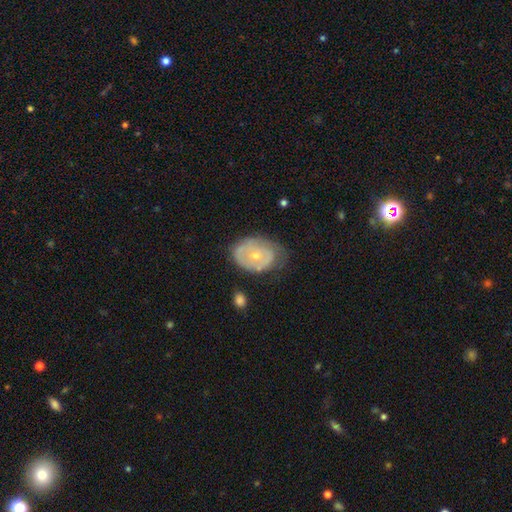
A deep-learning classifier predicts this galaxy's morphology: Q: Smooth or featured?
A: featured or disk (60%); runner-up: smooth (35%)
Q: Edge-on disk?
A: no (96%); runner-up: yes (4%)
Q: Bar?
A: no (82%); runner-up: weak (15%)
Q: Spiral arms?
A: yes (52%); runner-up: no (48%)
Q: Bulge size?
A: small (56%); runner-up: moderate (41%)
Q: Merging?
A: none (50%); runner-up: minor disturbance (34%)